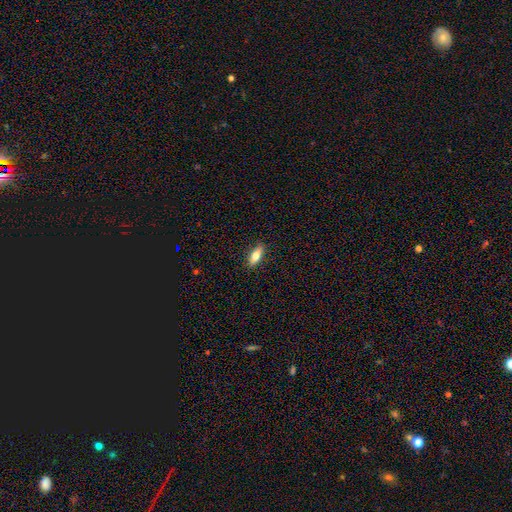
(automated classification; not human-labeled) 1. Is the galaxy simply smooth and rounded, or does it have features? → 76% smooth, 18% featured or disk, 7% star or artifact.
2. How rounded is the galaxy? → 73% in between, 25% cigar-shaped, 3% round.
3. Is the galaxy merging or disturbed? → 88% none, 9% minor disturbance, 2% major disturbance, 1% merger.